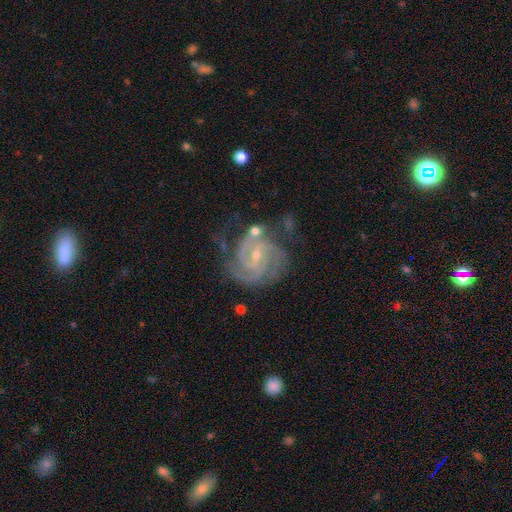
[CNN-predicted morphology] The model was most divided on "bar": weak: 43%, no: 42%, strong: 15%. Remaining: spiral arms — yes (98%); edge-on disk — no (98%); smooth or featured — featured or disk (91%); bulge size — small (74%); spiral winding — tight (65%); merging — none (61%); spiral arm count — 3 (38%).